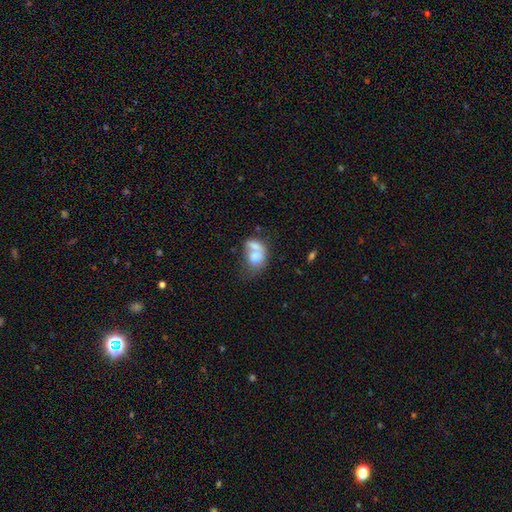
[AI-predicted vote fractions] Smooth or featured: smooth — 69% (featured or disk — 22%)
How rounded: in between — 69% (round — 29%)
Merging: merger — 58% (none — 19%)